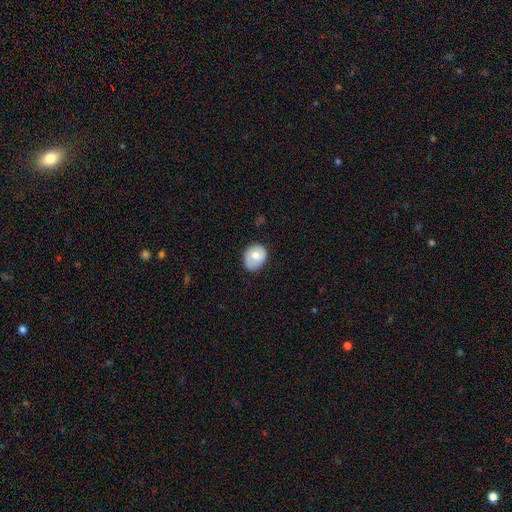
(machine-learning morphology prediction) Q: Smooth or featured?
A: smooth (68%); runner-up: featured or disk (25%)
Q: How rounded?
A: round (52%); runner-up: in between (47%)
Q: Merging?
A: none (69%); runner-up: minor disturbance (25%)